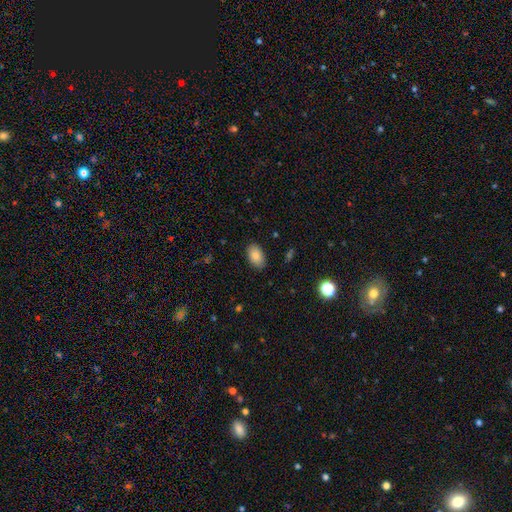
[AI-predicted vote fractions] Morphology: type=smooth (85%); roundness=in between (91%); merging=none (86%).